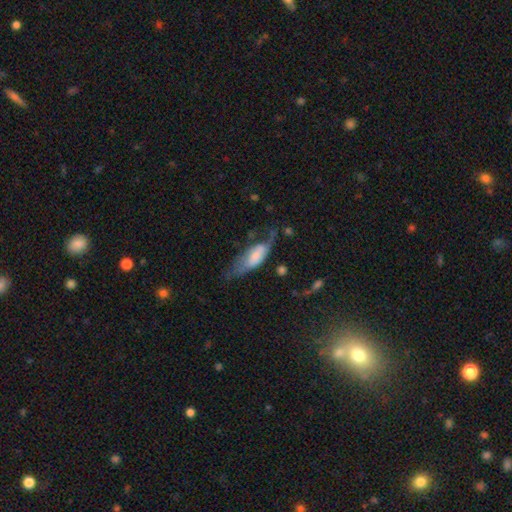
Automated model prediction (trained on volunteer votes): smooth 55%, featured or disk 38%, star or artifact 7%. Down the decision tree: how rounded — in between (70%); merging — none (34%).